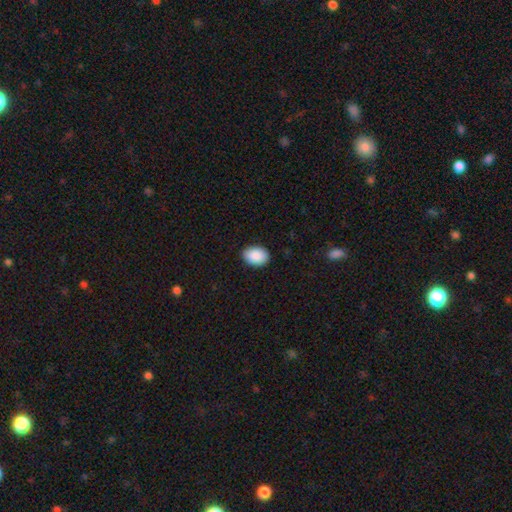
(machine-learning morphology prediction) smooth 90%, star or artifact 7%, featured or disk 3%. Down the decision tree: how rounded — in between (81%); merging — none (88%).